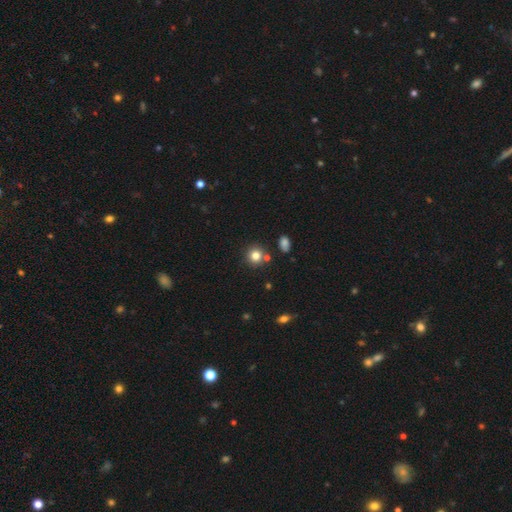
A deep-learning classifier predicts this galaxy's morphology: Overall: smooth (81%). How rounded: round (88%). Merging: none (77%).